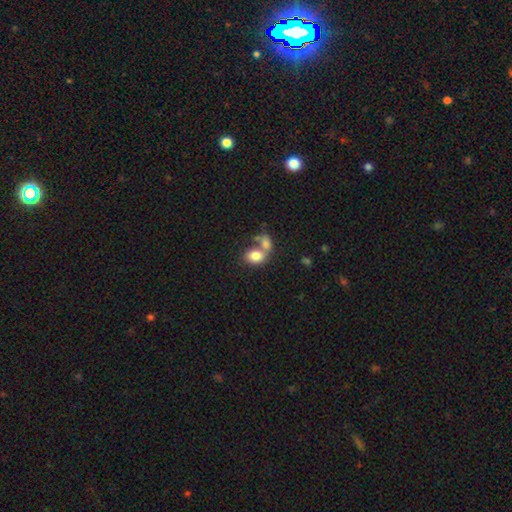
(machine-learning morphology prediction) Smooth or featured: smooth — 80% (featured or disk — 12%)
How rounded: in between — 70% (round — 29%)
Merging: merger — 56% (none — 30%)